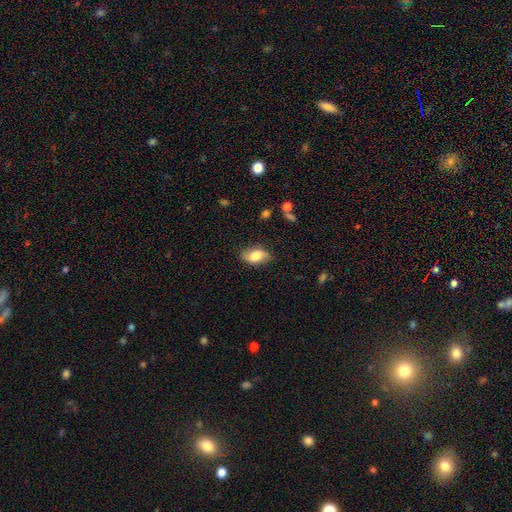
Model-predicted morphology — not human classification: This is likely a smooth galaxy (70%). How rounded: clearly in between (89%). Merging: likely none (74%).